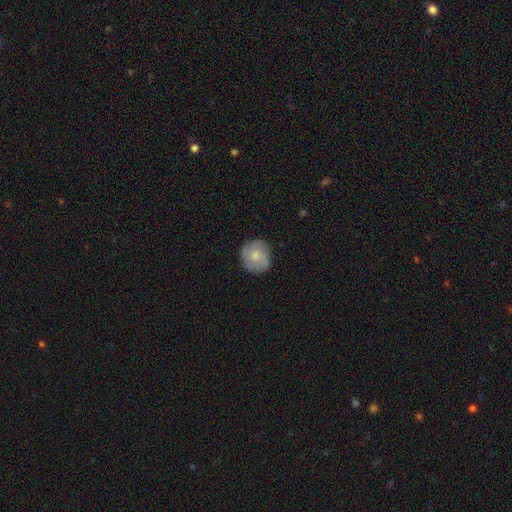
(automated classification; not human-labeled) This appears to be a smooth galaxy with no disk features (60%) that is round (90%). Merging: none (75%).